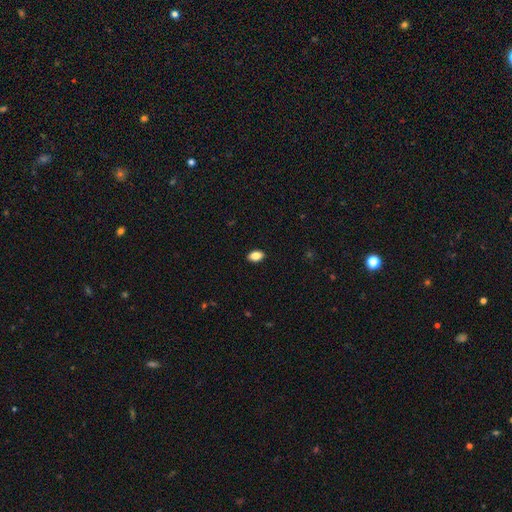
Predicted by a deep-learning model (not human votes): This is clearly a smooth galaxy (86%). How rounded: clearly in between (88%). Merging: clearly none (90%).